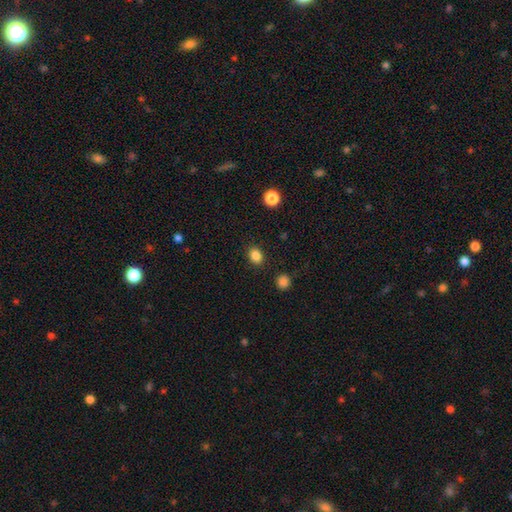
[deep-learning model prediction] A smooth galaxy with no disk features (85%) that is in between round and cigar-shaped (51%). Merging: none (89%).